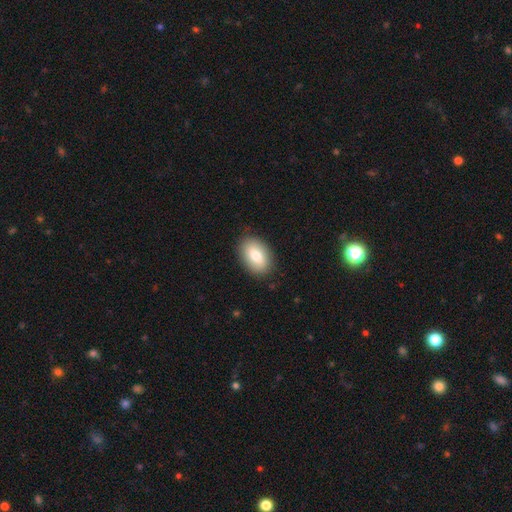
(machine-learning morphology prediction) The model was most divided on "smooth or featured": smooth: 78%, featured or disk: 16%, star or artifact: 7%. More confident: how rounded — in between (89%); merging — none (87%).